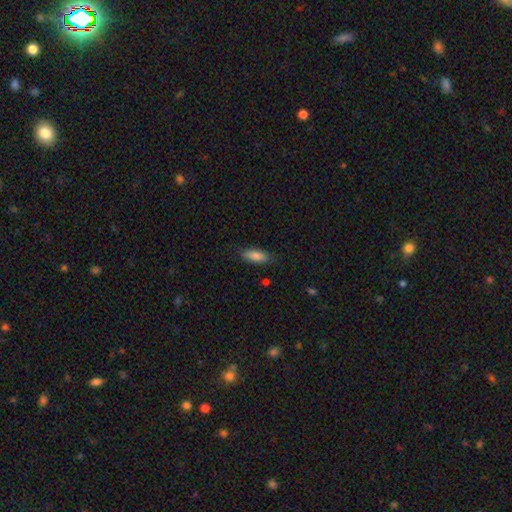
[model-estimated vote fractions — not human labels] Overall: smooth (83%). How rounded: in between (72%). Merging: none (82%).